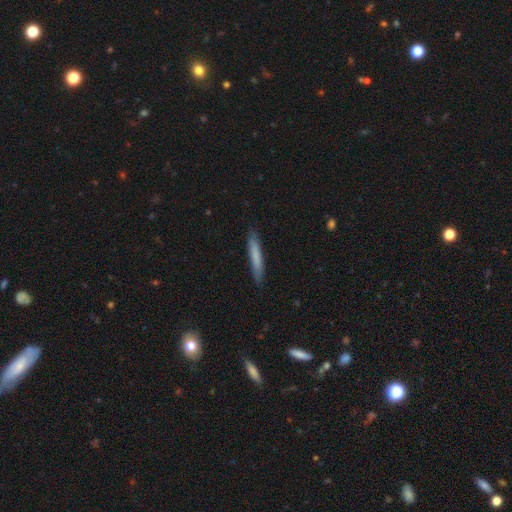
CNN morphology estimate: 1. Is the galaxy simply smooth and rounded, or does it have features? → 76% smooth, 19% featured or disk, 6% star or artifact.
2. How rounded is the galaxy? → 94% cigar-shaped, 5% in between, 1% round.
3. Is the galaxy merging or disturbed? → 88% none, 10% minor disturbance, 2% major disturbance, 1% merger.